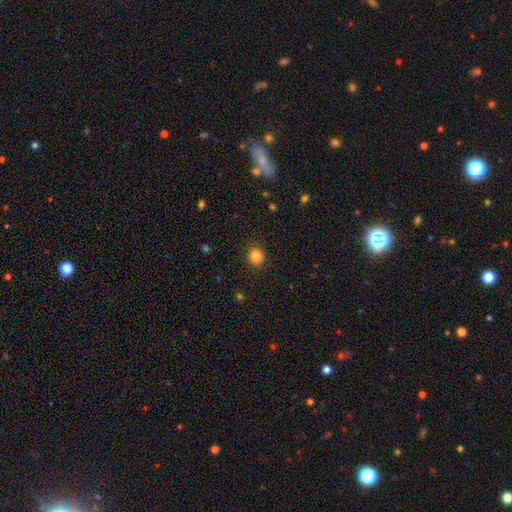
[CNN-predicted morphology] type=smooth (83%); roundness=round (79%); merging=none (85%).